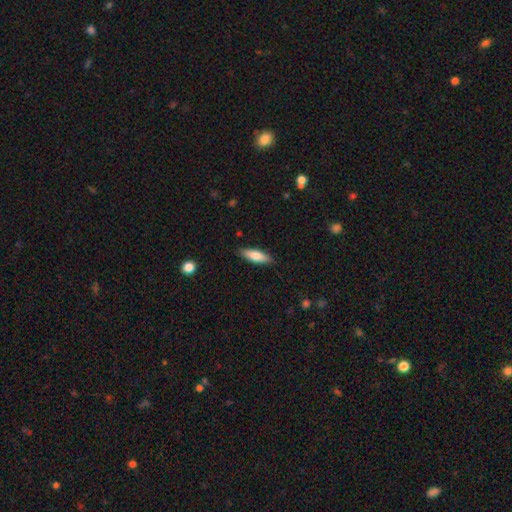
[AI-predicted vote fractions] The model was most divided on "how rounded": cigar-shaped: 54%, in between: 44%, round: 2%. More confident: merging — none (88%); smooth or featured — smooth (71%).